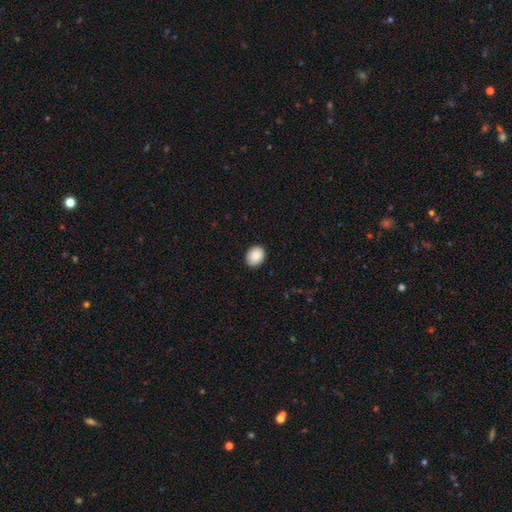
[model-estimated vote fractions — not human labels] Overall: smooth (90%). How rounded: in between (54%; round 45%). Merging: none (90%).